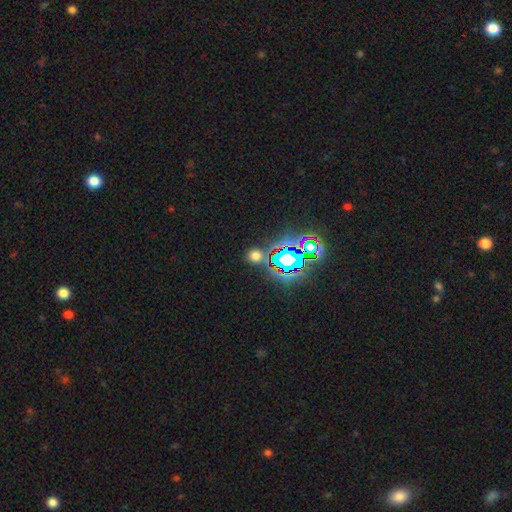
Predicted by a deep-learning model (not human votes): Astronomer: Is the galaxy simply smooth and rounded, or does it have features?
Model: smooth — 54% (runner-up: star or artifact, 39%).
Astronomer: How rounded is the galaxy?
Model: round — 81%.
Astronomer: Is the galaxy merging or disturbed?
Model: none — 79%.